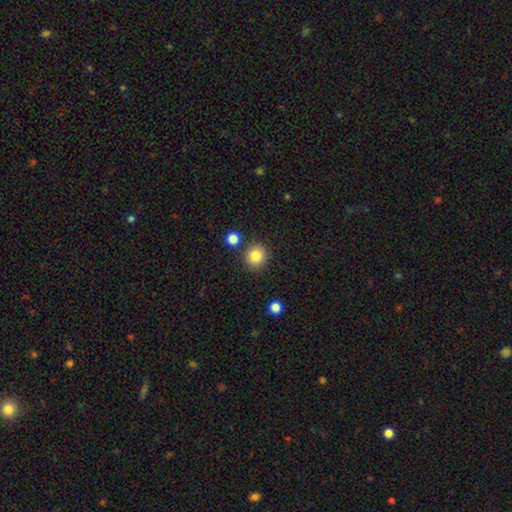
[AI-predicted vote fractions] A smooth galaxy with no disk features (84%) that is round (92%).

Vote fractions:
- Smooth or featured? smooth: 84% / star or artifact: 10% / featured or disk: 5%
- How rounded? round: 92% / in between: 7% / cigar-shaped: 1%
- Merging? none: 86% / minor disturbance: 7% / merger: 5% / major disturbance: 2%